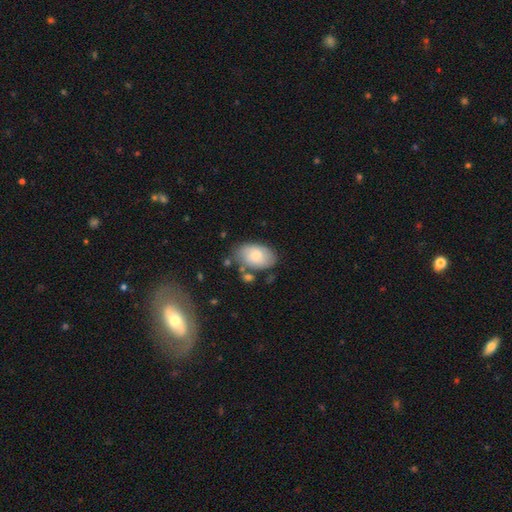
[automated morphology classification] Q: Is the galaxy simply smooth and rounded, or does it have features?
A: smooth — 74%.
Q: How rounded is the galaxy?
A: in between — 91%.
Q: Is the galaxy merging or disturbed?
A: none — 66%.